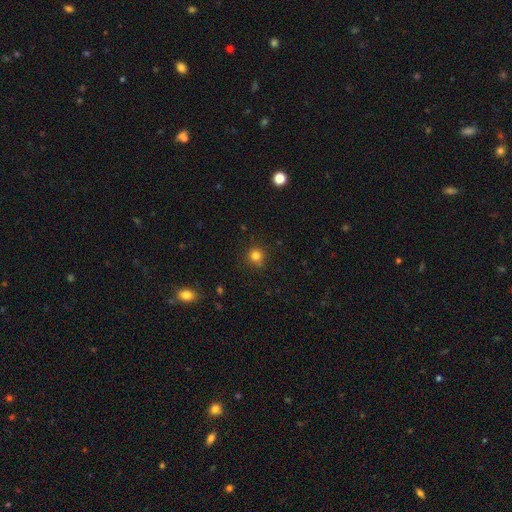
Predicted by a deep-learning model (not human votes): smooth-or-featured: smooth: 81% | star or artifact: 14% | featured or disk: 5%
  how-rounded: round: 93% | in between: 6% | cigar-shaped: 1%
  merging: none: 88% | minor disturbance: 8% | major disturbance: 2% | merger: 1%